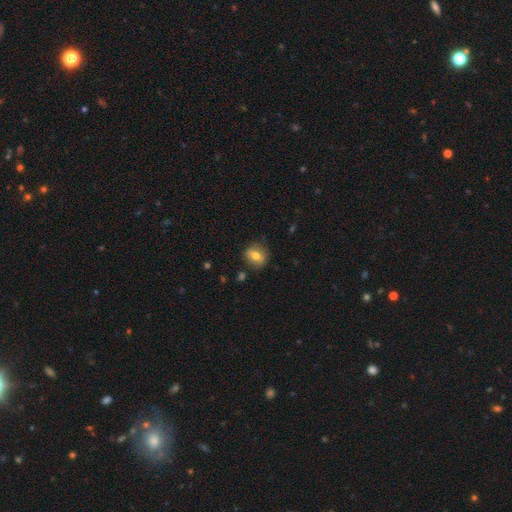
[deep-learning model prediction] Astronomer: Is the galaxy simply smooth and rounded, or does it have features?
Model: smooth — 65%.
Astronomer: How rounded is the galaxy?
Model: round — 73%.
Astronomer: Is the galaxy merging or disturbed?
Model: none — 81%.